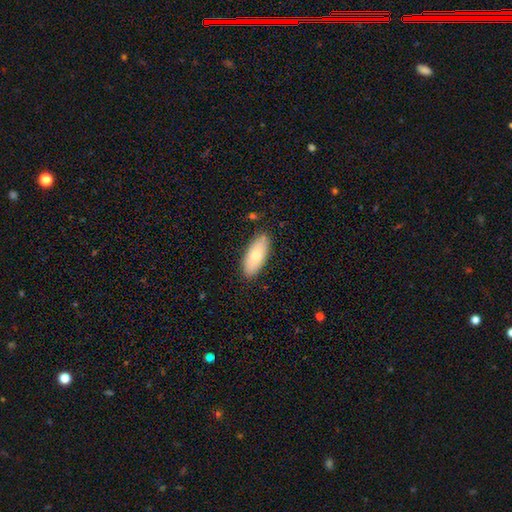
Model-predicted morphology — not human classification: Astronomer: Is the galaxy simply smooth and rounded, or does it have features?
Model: smooth — 74%.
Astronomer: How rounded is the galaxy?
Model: in between — 85%.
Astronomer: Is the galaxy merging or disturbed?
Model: none — 86%.